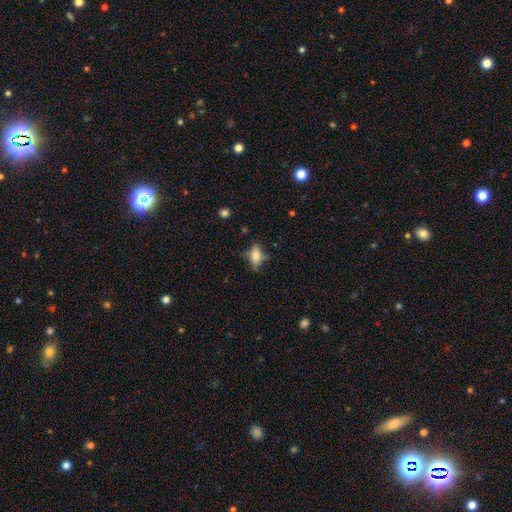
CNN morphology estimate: Smooth or featured? Predicted: smooth (p=0.69). How rounded? Predicted: in between (p=0.80). Merging? Predicted: none (p=0.60).